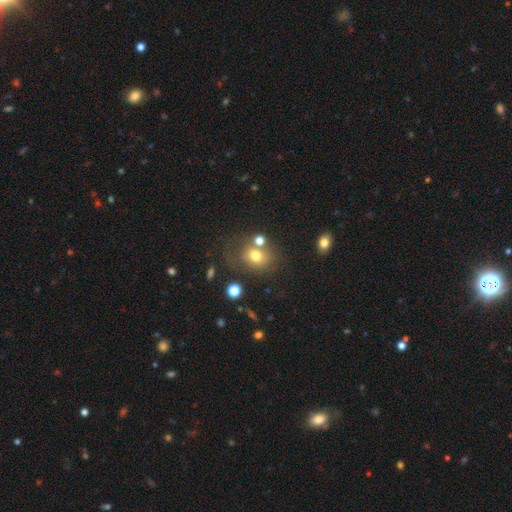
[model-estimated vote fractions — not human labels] Q: Smooth or featured?
A: smooth (71%); runner-up: featured or disk (15%)
Q: How rounded?
A: round (62%); runner-up: in between (37%)
Q: Merging?
A: none (56%); runner-up: minor disturbance (17%)